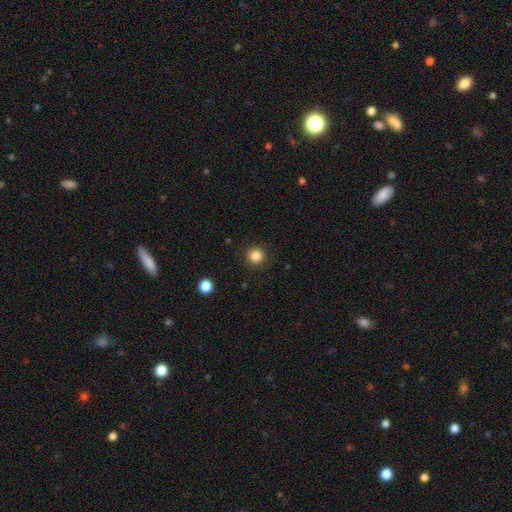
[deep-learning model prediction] A smooth galaxy with no disk features (84%) that is round (94%). Merging: none (91%).